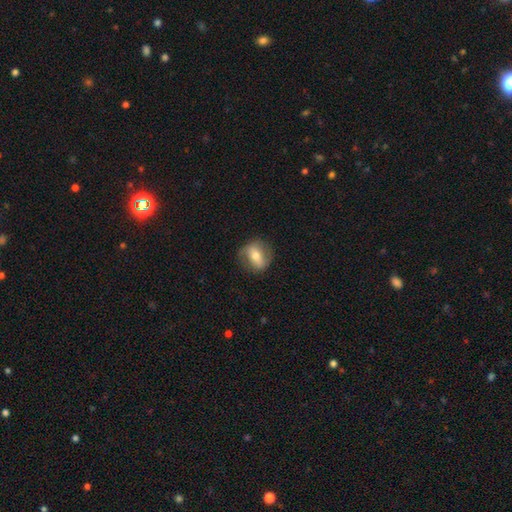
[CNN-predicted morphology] Smooth or featured? featured or disk (46%, tied with smooth)
Merging? none (77%)